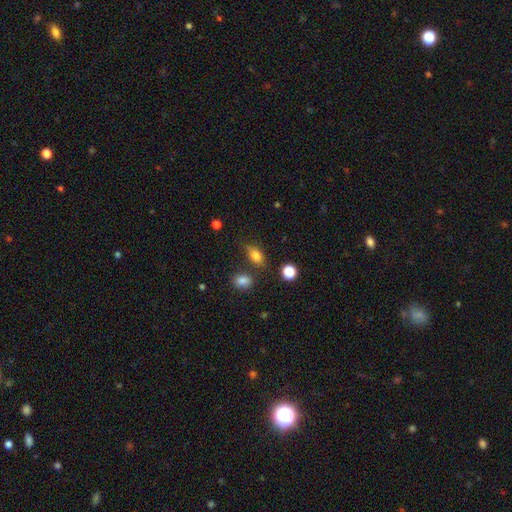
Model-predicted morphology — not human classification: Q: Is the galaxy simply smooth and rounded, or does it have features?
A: smooth — 80%.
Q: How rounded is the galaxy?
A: in between — 81%.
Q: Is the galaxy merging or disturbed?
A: none — 68%.